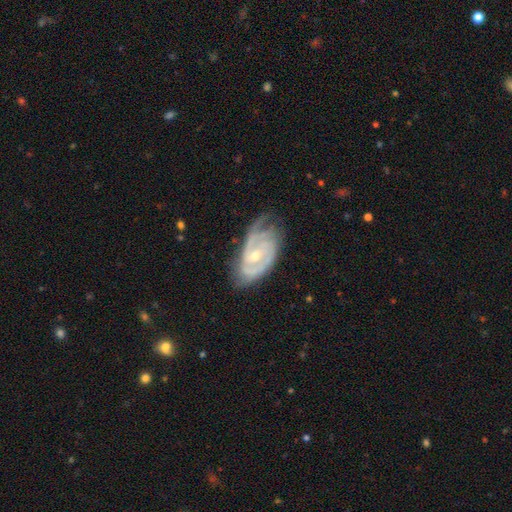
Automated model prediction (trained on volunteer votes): This is clearly a featured or disk galaxy (87%). It is clearly not viewed edge-on (96%). Bar: marginally weak (45%). Spiral arm pattern: clearly yes (96%). Spiral arm count: possibly 2 (55%). Spiral winding: possibly tight (58%). Central bulge: possibly small (54%). Merging: likely none (61%).